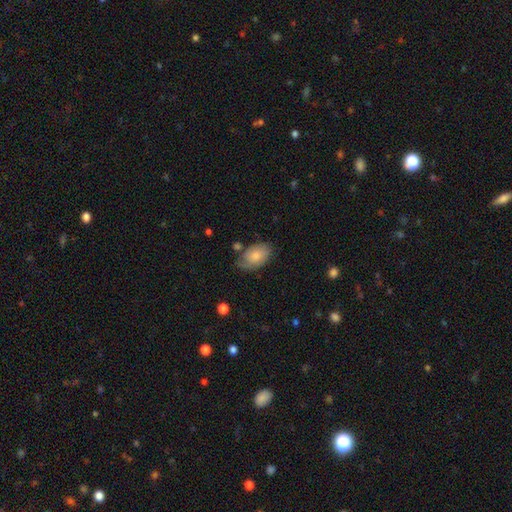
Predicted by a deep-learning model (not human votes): A smooth galaxy with no disk features (71%) that is in between round and cigar-shaped (91%).

Vote fractions:
- Smooth or featured? smooth: 71% / featured or disk: 22% / star or artifact: 6%
- How rounded? in between: 91% / round: 7% / cigar-shaped: 1%
- Merging? none: 60% / minor disturbance: 27% / major disturbance: 8% / merger: 5%